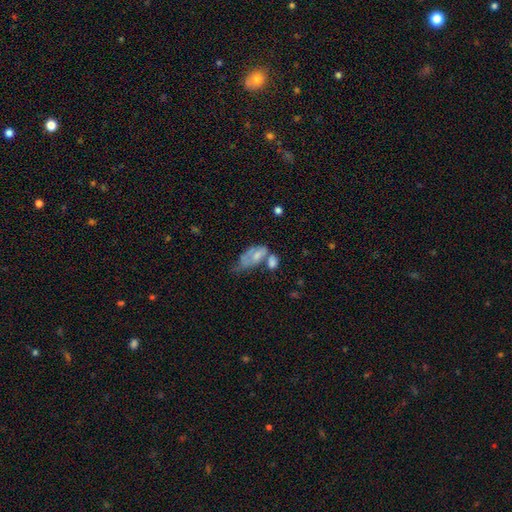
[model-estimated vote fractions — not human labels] smooth_or_featured: smooth (p=0.54) [alt: featured or disk p=0.36]
how_rounded: in between (p=0.87) [alt: cigar-shaped p=0.07]
merging: merger (p=0.37) [alt: major disturbance p=0.26]